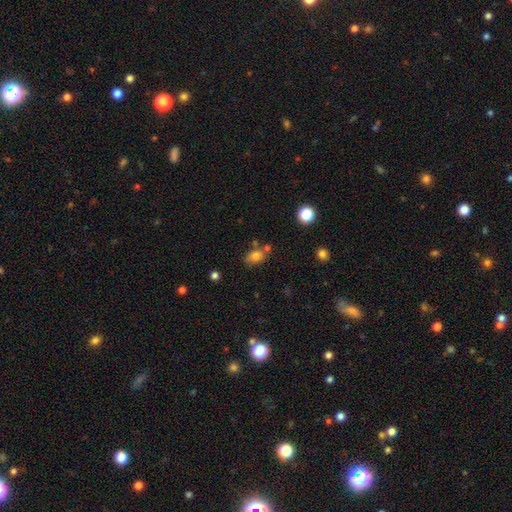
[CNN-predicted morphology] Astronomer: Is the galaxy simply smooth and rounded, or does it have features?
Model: smooth — 80%.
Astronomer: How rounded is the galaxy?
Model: in between — 78%.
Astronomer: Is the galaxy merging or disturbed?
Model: none — 60%.